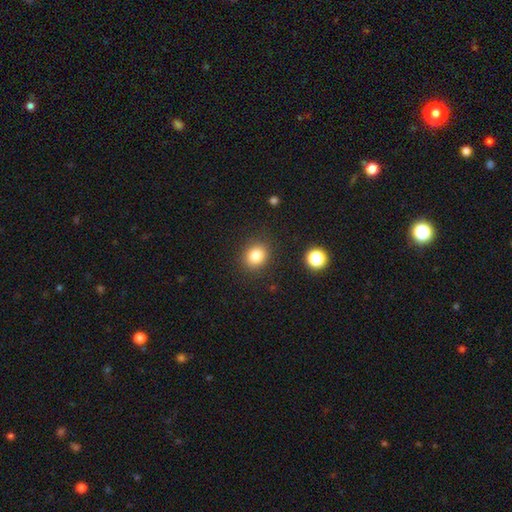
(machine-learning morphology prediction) smooth-or-featured: smooth: 83% | star or artifact: 11% | featured or disk: 6%
  how-rounded: round: 72% | in between: 27% | cigar-shaped: 1%
  merging: none: 87% | minor disturbance: 8% | major disturbance: 3% | merger: 2%